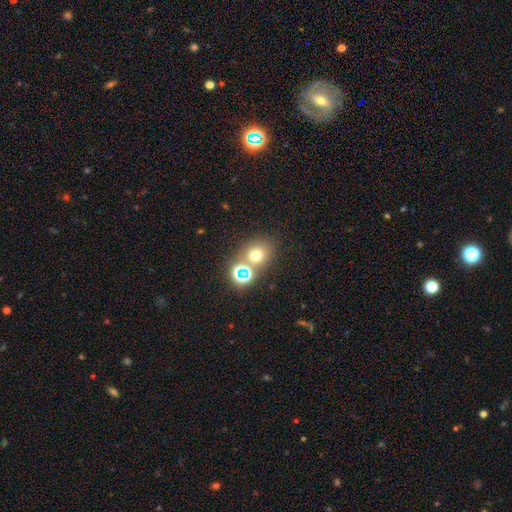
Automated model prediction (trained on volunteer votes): Smooth or featured? Predicted: smooth (p=0.64). How rounded? Predicted: round (p=0.75). Merging? Predicted: none (p=0.64).